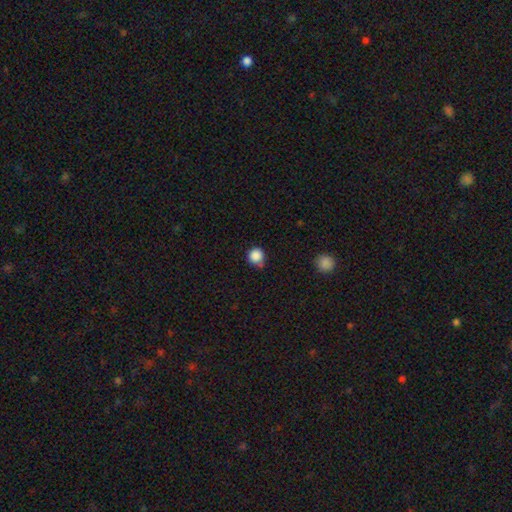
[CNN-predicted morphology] Smooth or featured? smooth (86%)
How rounded? round (92%)
Merging? none (64%)